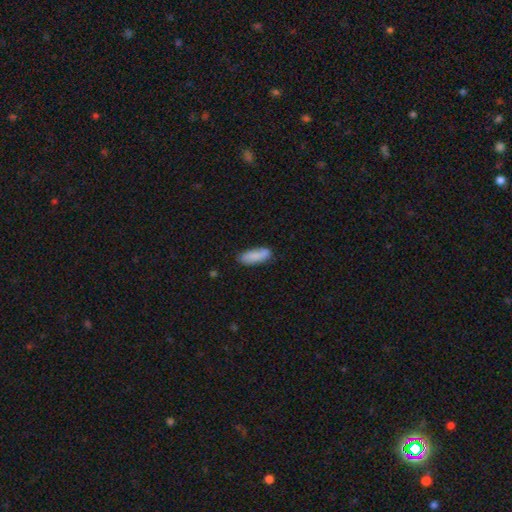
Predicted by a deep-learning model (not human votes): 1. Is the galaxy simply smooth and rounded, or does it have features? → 84% smooth, 10% featured or disk, 6% star or artifact.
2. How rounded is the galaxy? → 59% in between, 39% cigar-shaped, 2% round.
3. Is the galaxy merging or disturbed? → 77% none, 18% minor disturbance, 3% major disturbance, 2% merger.